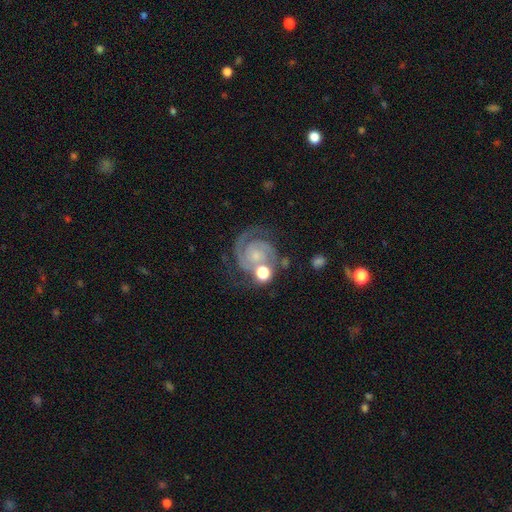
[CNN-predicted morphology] This appears to be a featured or disk galaxy (88%) with no bar (72%), 2 (81%) tight (64%) spiral arms (98%) and a small central bulge (53%). Merging: none (65%).